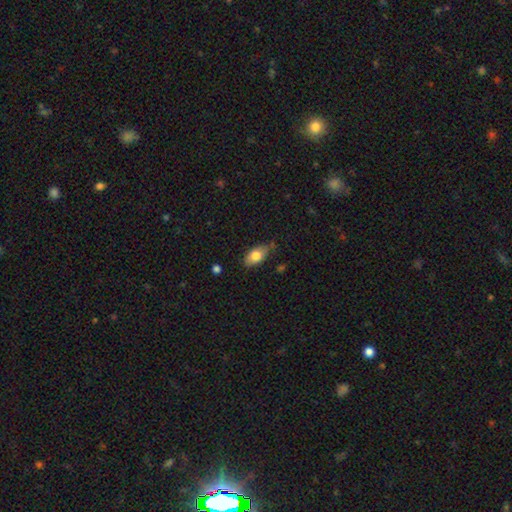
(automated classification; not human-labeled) This is likely a smooth galaxy (78%). How rounded: clearly in between (90%). Merging: likely none (69%).